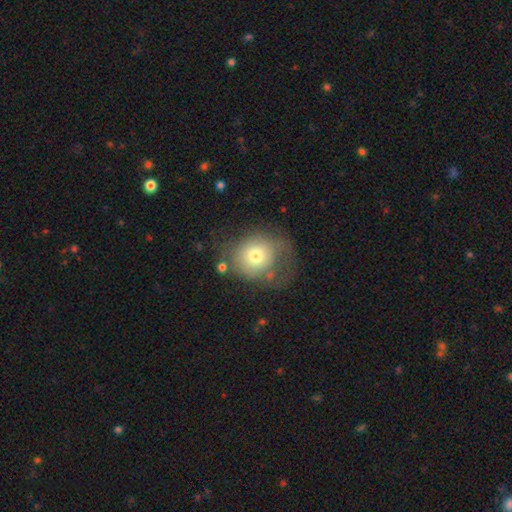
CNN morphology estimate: This appears to be a smooth galaxy with no disk features (66%) that is round (68%). Merging: none (41%).